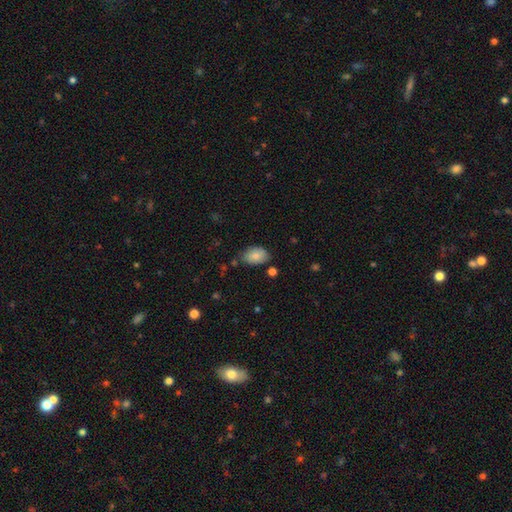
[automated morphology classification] Smooth or featured: smooth — 81% (featured or disk — 12%)
How rounded: in between — 88% (round — 11%)
Merging: none — 69% (minor disturbance — 23%)